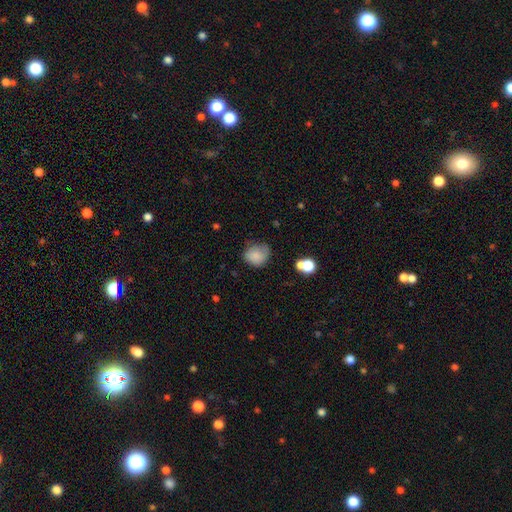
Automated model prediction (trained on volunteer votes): Overall: smooth (80%). How rounded: round (61%; in between 38%). Merging: none (56%; minor disturbance 31%).